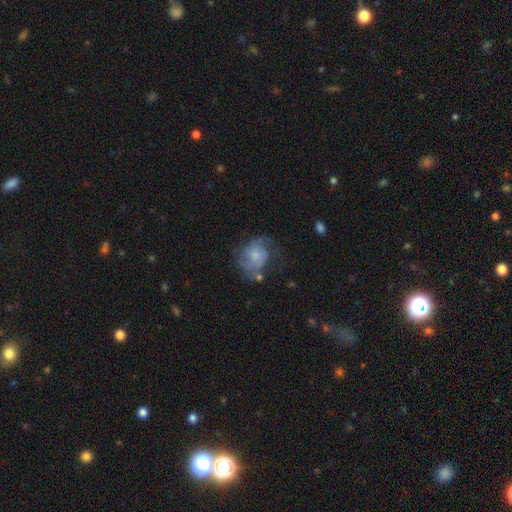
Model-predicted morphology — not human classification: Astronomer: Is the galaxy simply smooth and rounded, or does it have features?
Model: featured or disk — 48% (runner-up: smooth, 43%).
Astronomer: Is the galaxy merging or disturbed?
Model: none — 40% (runner-up: major disturbance, 29%).